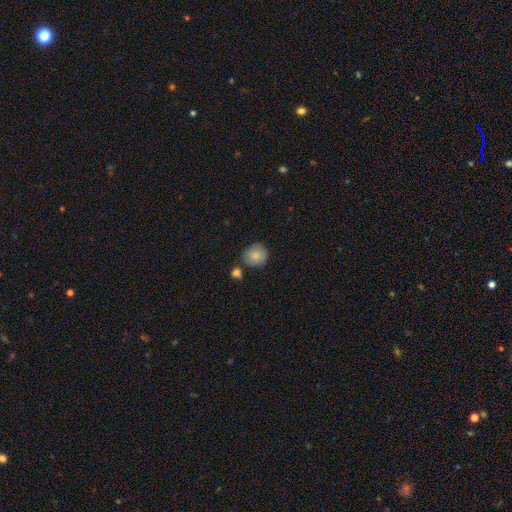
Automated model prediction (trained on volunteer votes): Smooth or featured? Predicted: smooth (p=0.85). How rounded? Predicted: round (p=0.83). Merging? Predicted: none (p=0.72).